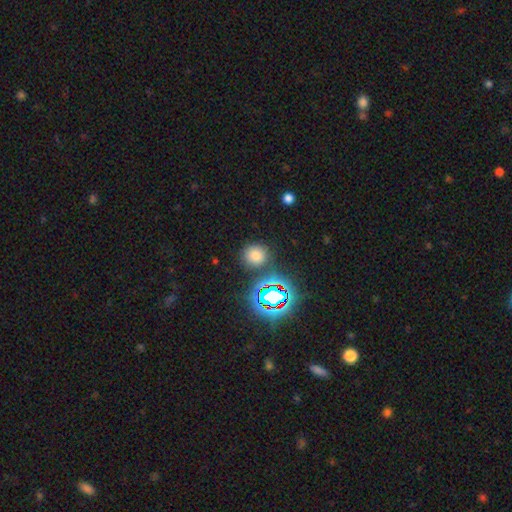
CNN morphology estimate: Q: Smooth or featured?
A: smooth (69%); runner-up: star or artifact (24%)
Q: How rounded?
A: round (83%); runner-up: in between (15%)
Q: Merging?
A: none (82%); runner-up: minor disturbance (10%)